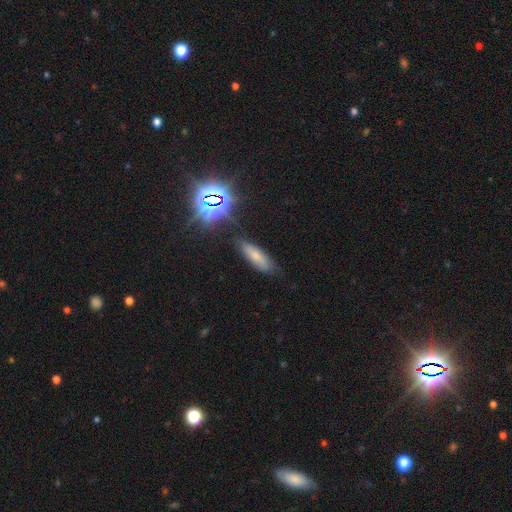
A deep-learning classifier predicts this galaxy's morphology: Overall: smooth (64%). How rounded: cigar-shaped (50%; in between 47%). Merging: none (77%).